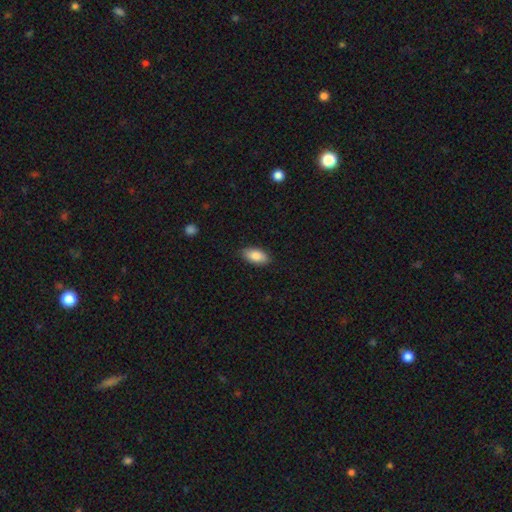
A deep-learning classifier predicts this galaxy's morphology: This appears to be a smooth galaxy with no disk features (87%) that is in between round and cigar-shaped (93%). Merging: none (88%).